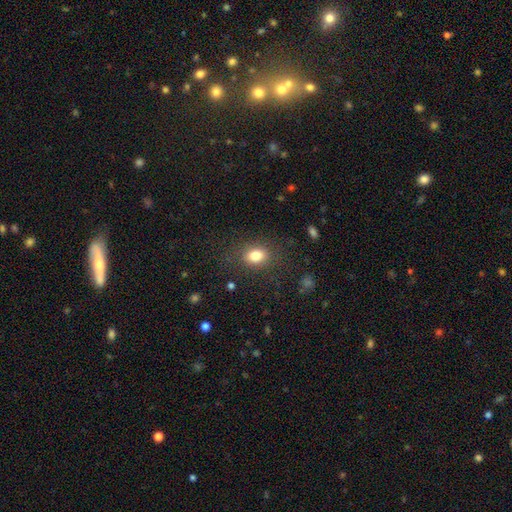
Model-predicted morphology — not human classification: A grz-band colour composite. It shows a smooth galaxy with no disk features (81%) that is in between round and cigar-shaped (64%). Merging: none (82%).